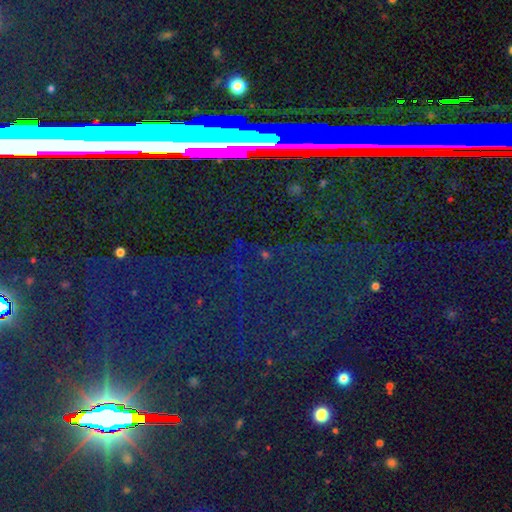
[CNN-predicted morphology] star or artifact 77%, smooth 12%, featured or disk 11%.